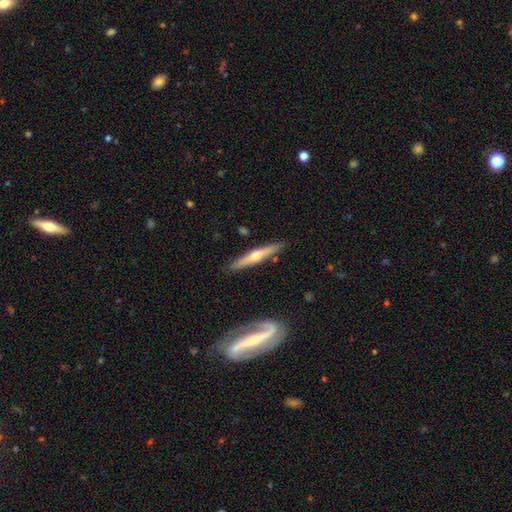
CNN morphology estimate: smooth_or_featured: featured or disk (p=0.65) [alt: smooth p=0.30]
disk_edge_on: yes (p=0.93) [alt: no p=0.07]
edge_on_bulge: rounded (p=0.87) [alt: none p=0.10]
merging: none (p=0.87) [alt: minor disturbance p=0.08]